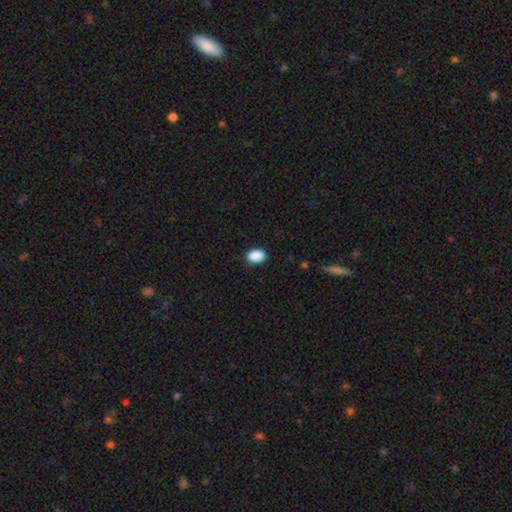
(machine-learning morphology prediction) Smooth or featured? Predicted: smooth (p=0.90). How rounded? Predicted: in between (p=0.86). Merging? Predicted: none (p=0.84).